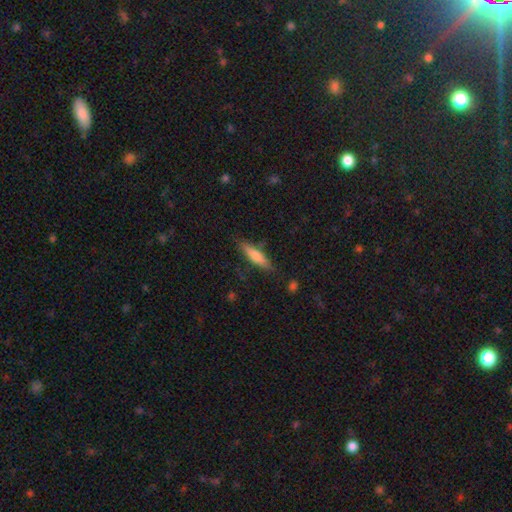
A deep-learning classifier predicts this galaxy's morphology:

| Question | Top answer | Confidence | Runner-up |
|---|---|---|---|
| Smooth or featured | smooth | 66% | featured or disk (27%) |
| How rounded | cigar-shaped | 78% | in between (20%) |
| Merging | none | 83% | minor disturbance (13%) |